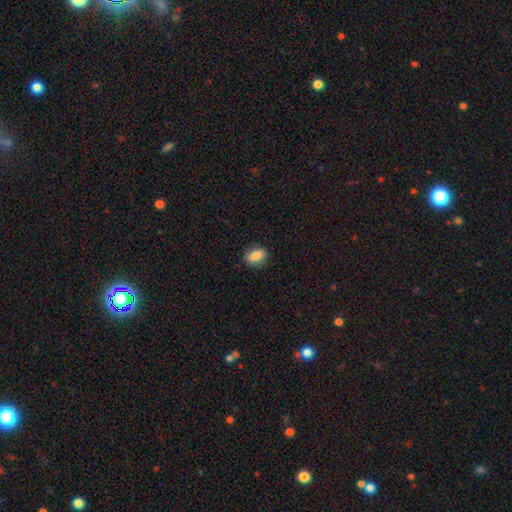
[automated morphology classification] type=smooth (84%); roundness=in between (77%); merging=none (86%).